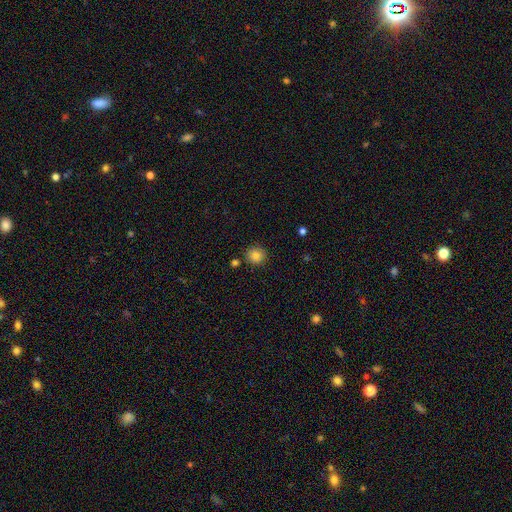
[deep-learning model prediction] This is clearly a smooth galaxy (85%). How rounded: clearly round (92%). Merging: clearly none (86%).